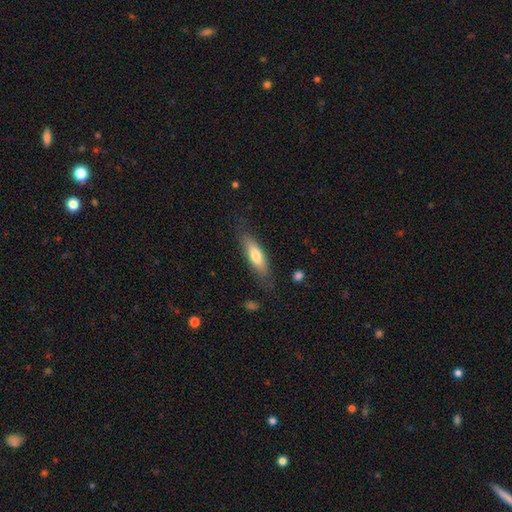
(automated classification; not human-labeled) smooth 69%, featured or disk 25%, star or artifact 6%. Down the decision tree: how rounded — cigar-shaped (54%); merging — none (76%).